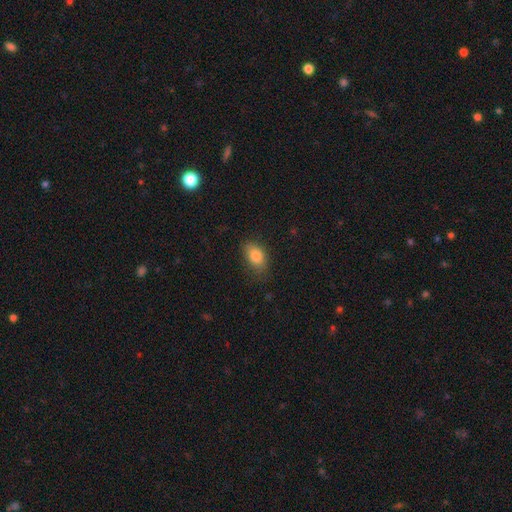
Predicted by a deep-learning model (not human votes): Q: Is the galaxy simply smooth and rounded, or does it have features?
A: smooth — 84%.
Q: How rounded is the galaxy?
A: in between — 87%.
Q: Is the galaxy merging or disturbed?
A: none — 70%.